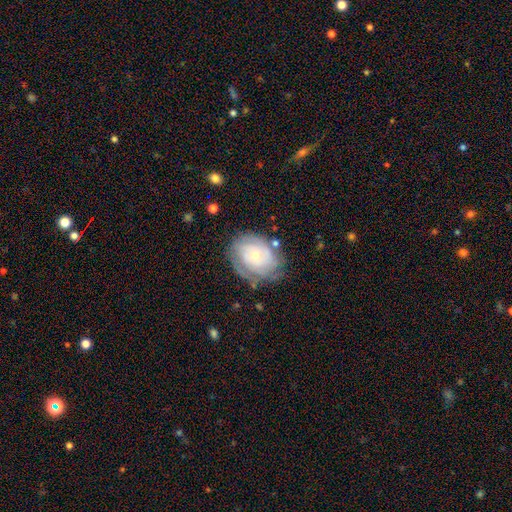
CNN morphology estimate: The model was most divided on "spiral arm count": can't tell: 48%, 2: 21%, 3: 14%, 4: 7%, 1: 5%, more than 4: 4%. More confident: edge-on disk — no (97%); spiral arms — yes (84%); bar — no (80%); smooth or featured — featured or disk (70%); spiral winding — tight (70%); merging — none (67%); bulge size — small (62%).